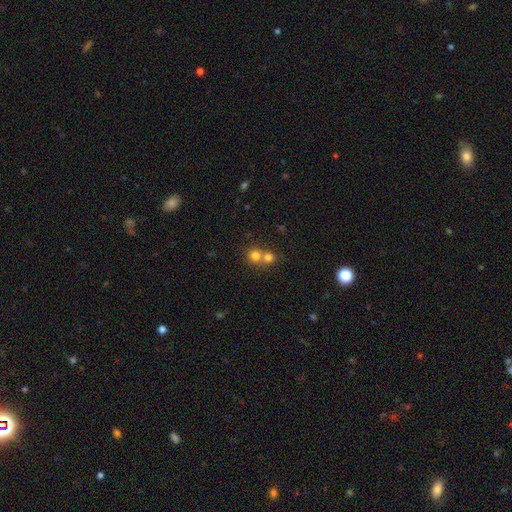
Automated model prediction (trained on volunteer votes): The model was most divided on "merging": merger: 57%, none: 37%, minor disturbance: 4%, major disturbance: 2%. More confident: how rounded — round (86%); smooth or featured — smooth (76%).